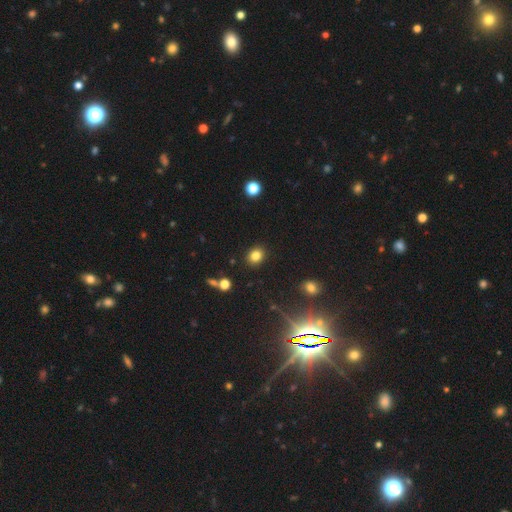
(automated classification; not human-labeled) The model was most divided on "how rounded": round: 65%, in between: 34%, cigar-shaped: 1%. More confident: merging — none (89%); smooth or featured — smooth (82%).